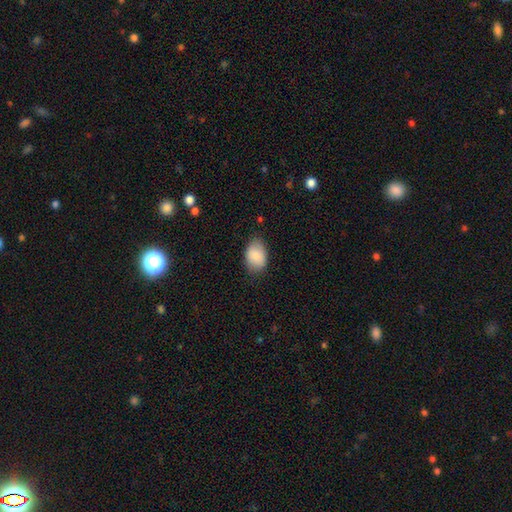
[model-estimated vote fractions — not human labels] This is clearly a smooth galaxy (86%). How rounded: clearly in between (85%). Merging: likely none (76%).